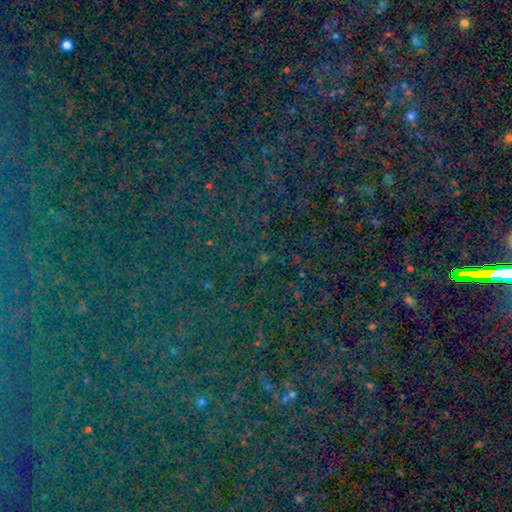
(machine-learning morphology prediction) Smooth or featured?
  - star or artifact: 85% *
  - smooth: 8%
  - featured or disk: 6%